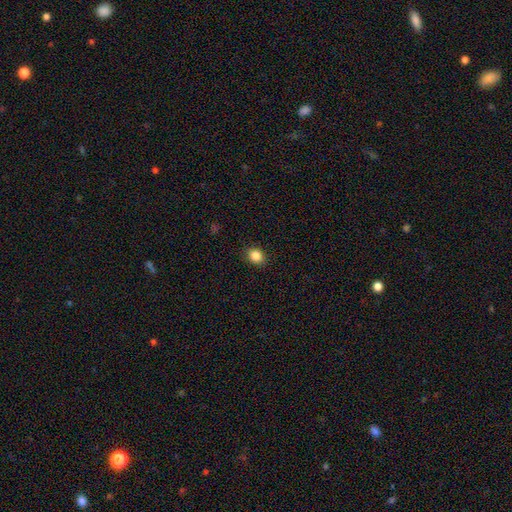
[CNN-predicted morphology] Q: Smooth or featured?
A: smooth (86%); runner-up: star or artifact (10%)
Q: How rounded?
A: round (58%); runner-up: in between (41%)
Q: Merging?
A: none (90%); runner-up: minor disturbance (7%)